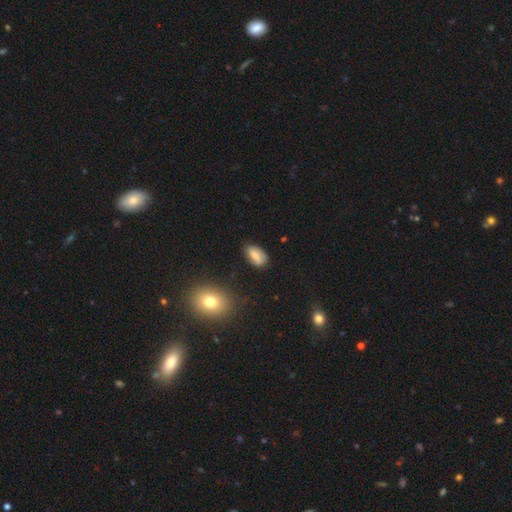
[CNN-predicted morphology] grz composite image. It shows a smooth galaxy with no disk features (66%) that is in between round and cigar-shaped (91%). Merging: none (77%).